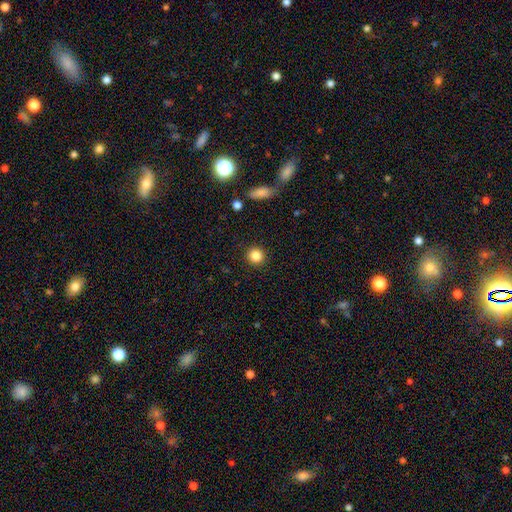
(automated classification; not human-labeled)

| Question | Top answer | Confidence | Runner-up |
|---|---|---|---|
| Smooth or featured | smooth | 85% | star or artifact (10%) |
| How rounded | round | 92% | in between (7%) |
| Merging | none | 91% | minor disturbance (6%) |